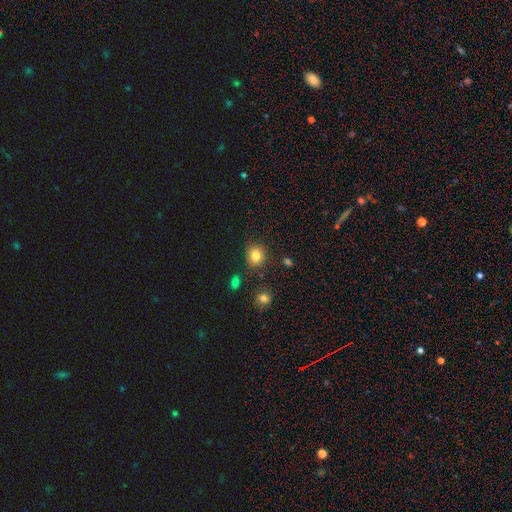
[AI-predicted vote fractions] This appears to be a smooth galaxy with no disk features (81%) that is round (82%). Merging: none (85%).